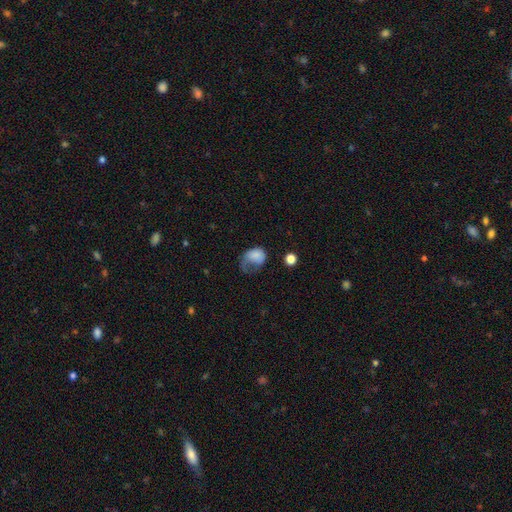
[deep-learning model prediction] Morphology: type=smooth (72%); roundness=in between (58%); merging=major disturbance (54%).